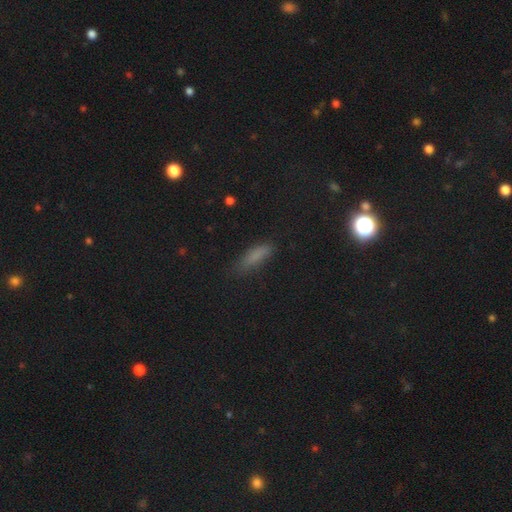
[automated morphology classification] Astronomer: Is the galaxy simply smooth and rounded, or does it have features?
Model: smooth — 75%.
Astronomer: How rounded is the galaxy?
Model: cigar-shaped — 58% (runner-up: in between, 39%).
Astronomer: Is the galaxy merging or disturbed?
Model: none — 73%.